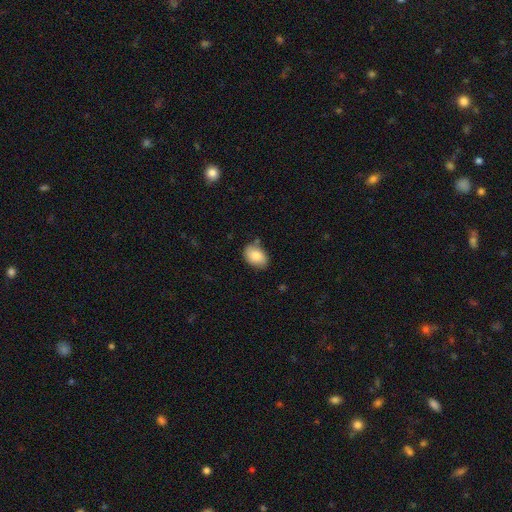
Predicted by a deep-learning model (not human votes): Overall: smooth (84%). How rounded: in between (83%). Merging: none (76%).